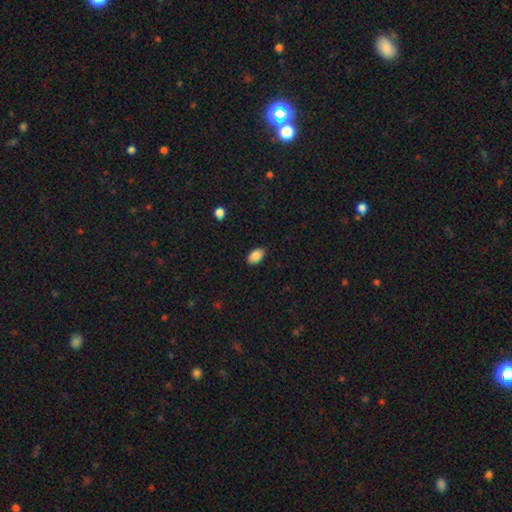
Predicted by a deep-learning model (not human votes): This is clearly a smooth galaxy (87%). How rounded: clearly in between (93%). Merging: clearly none (87%).